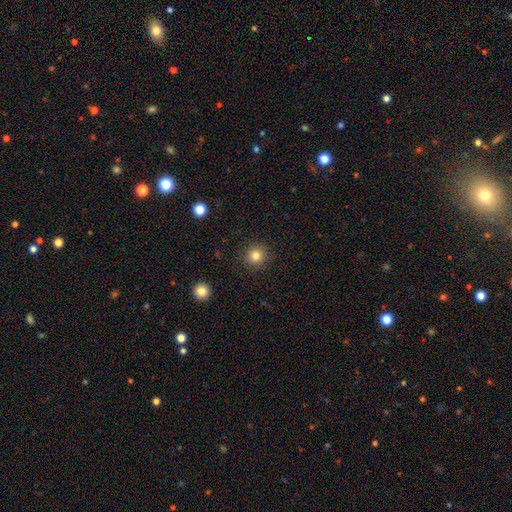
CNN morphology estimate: smooth 82%, star or artifact 12%, featured or disk 6%. Down the decision tree: how rounded — round (94%); merging — none (91%).